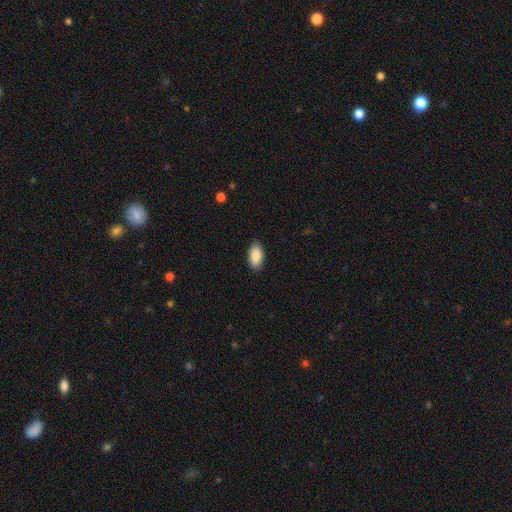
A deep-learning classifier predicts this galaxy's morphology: Overall: smooth (88%). How rounded: in between (94%). Merging: none (89%).